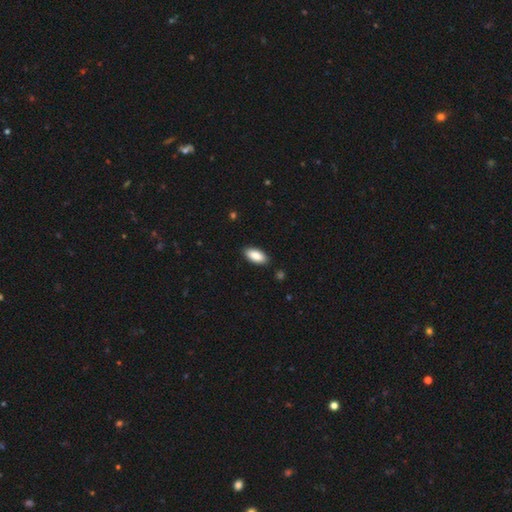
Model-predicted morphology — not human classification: Smooth or featured?
  - smooth: 88% *
  - star or artifact: 6%
  - featured or disk: 6%
How rounded?
  - in between: 90% *
  - cigar-shaped: 8%
  - round: 2%
Merging?
  - none: 89% *
  - minor disturbance: 8%
  - major disturbance: 2%
  - merger: 1%